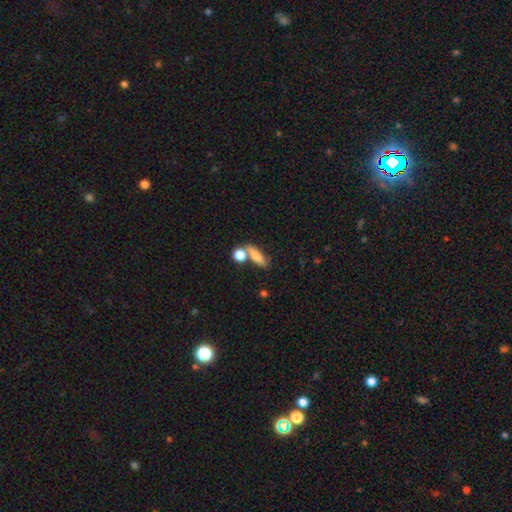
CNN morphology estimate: Smooth or featured: smooth — 77% (featured or disk — 14%)
How rounded: in between — 45% (cigar-shaped — 40%)
Merging: none — 51% (merger — 30%)